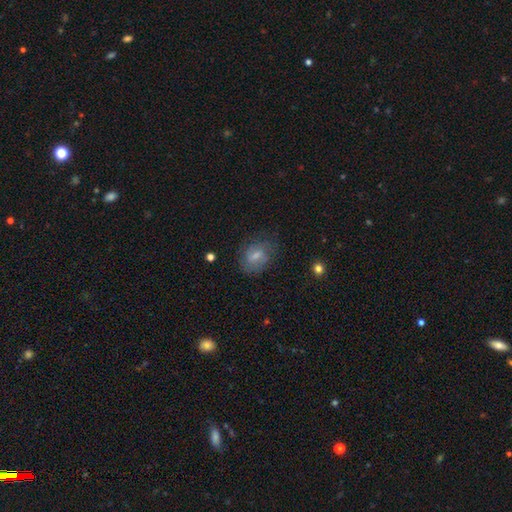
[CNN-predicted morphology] type=featured or disk (51%); edge-on=no (96%); merging=none (66%).